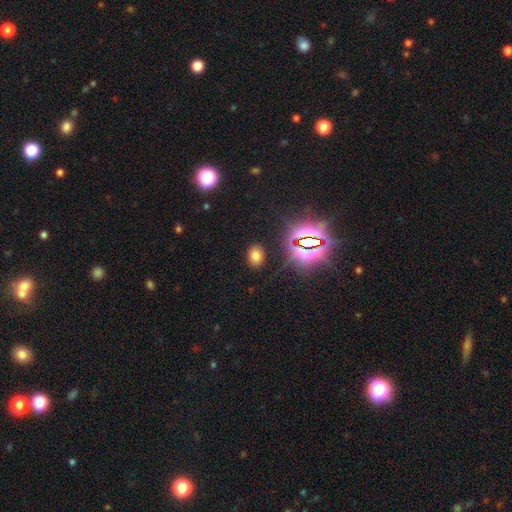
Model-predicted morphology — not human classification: Smooth or featured? smooth (68%)
How rounded? in between (71%)
Merging? none (87%)